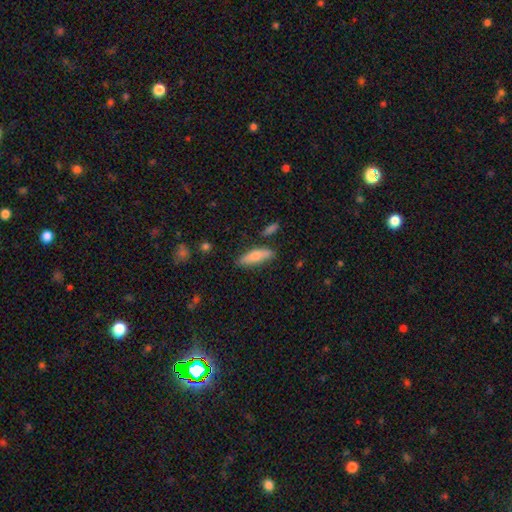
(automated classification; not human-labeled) The model was most divided on "how rounded": cigar-shaped: 56%, in between: 42%, round: 2%. More confident: merging — none (78%); smooth or featured — smooth (67%).